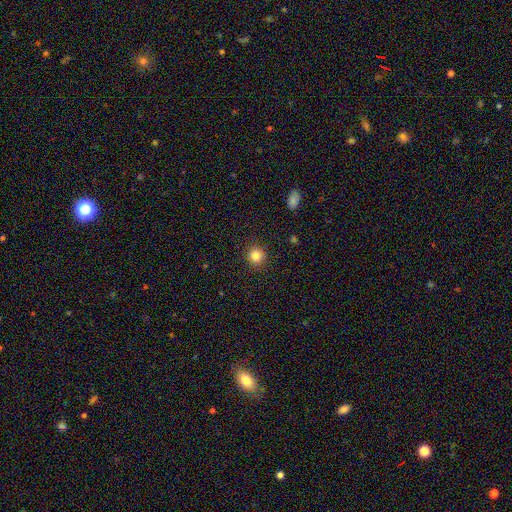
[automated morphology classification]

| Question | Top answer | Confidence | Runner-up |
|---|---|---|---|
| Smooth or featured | smooth | 83% | star or artifact (11%) |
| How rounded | round | 93% | in between (6%) |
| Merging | none | 91% | minor disturbance (5%) |